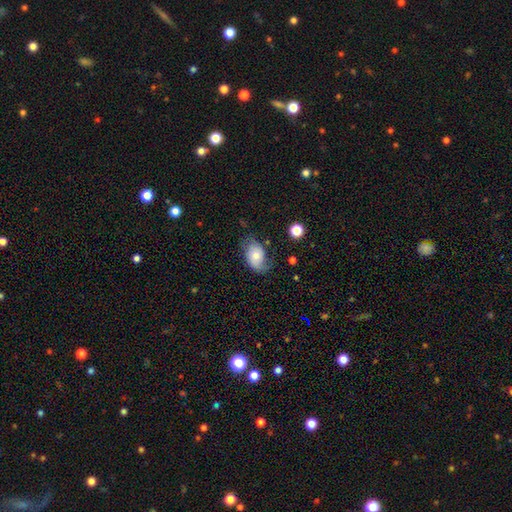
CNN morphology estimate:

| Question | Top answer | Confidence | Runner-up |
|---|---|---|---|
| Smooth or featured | smooth | 62% | featured or disk (30%) |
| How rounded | in between | 87% | round (12%) |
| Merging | none | 55% | minor disturbance (30%) |